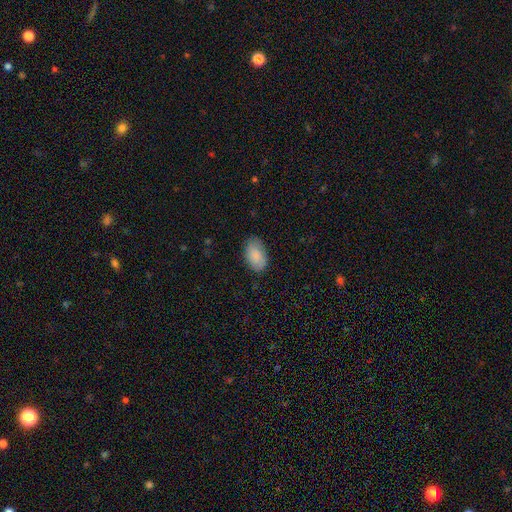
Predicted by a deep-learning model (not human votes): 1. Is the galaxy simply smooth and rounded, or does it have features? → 87% smooth, 6% featured or disk, 6% star or artifact.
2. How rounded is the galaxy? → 93% in between, 5% round, 1% cigar-shaped.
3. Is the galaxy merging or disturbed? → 82% none, 14% minor disturbance, 3% major disturbance, 1% merger.